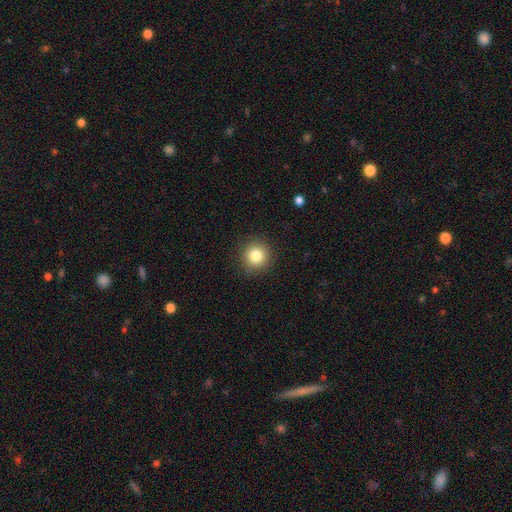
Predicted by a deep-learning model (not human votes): This appears to be a smooth galaxy with no disk features (83%) that is round (93%). Merging: none (90%).